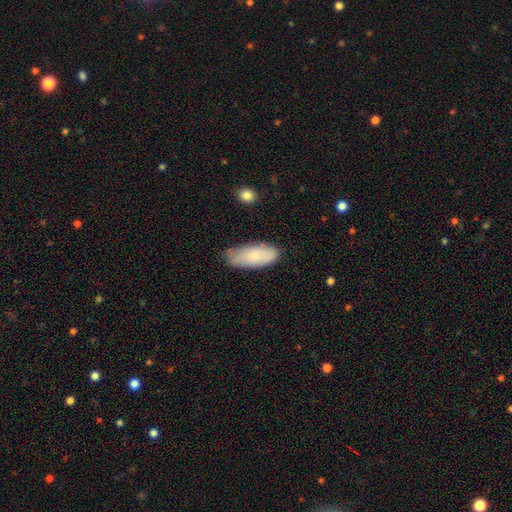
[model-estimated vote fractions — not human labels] A smooth galaxy with no disk features (78%) that is in between round and cigar-shaped (82%). Merging: none (71%).